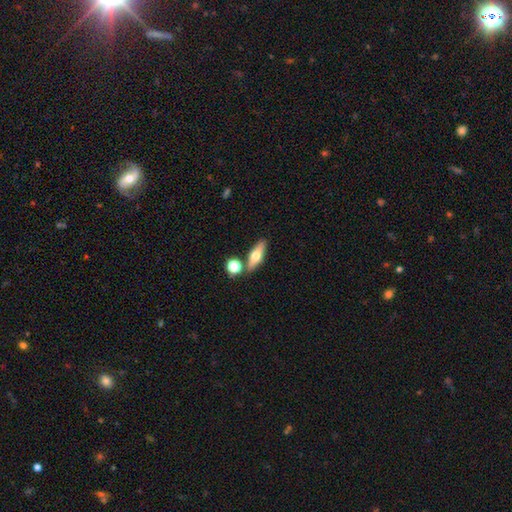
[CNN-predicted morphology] type=smooth (53%); roundness=in between (48%); merging=none (76%).